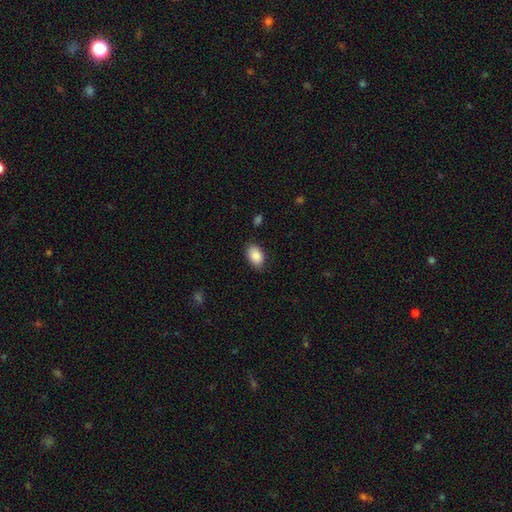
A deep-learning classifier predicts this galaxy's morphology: Smooth or featured? smooth (88%)
How rounded? in between (90%)
Merging? none (83%)